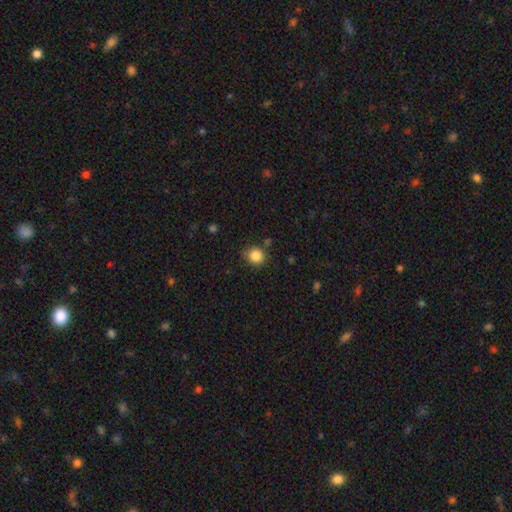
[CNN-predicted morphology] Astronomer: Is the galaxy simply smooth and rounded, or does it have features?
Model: smooth — 85%.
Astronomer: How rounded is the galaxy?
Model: round — 85%.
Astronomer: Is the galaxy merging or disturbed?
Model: none — 78%.